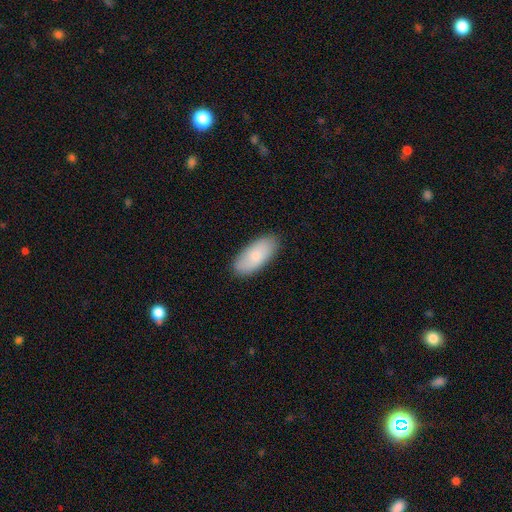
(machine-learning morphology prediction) This appears to be a smooth galaxy with no disk features (78%) that is in between round and cigar-shaped (90%). Merging: none (86%).